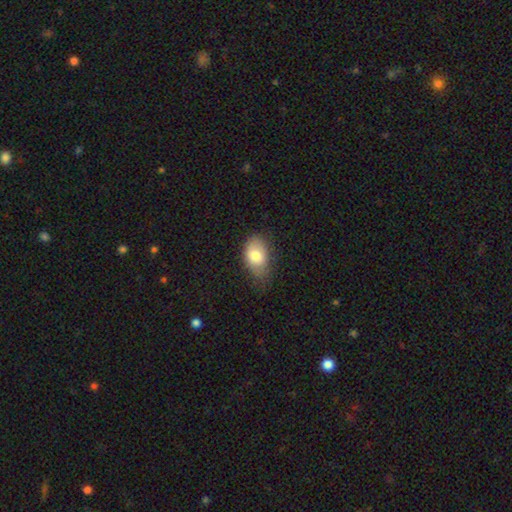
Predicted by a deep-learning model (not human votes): smooth-or-featured: smooth: 80% | featured or disk: 13% | star or artifact: 7%
  how-rounded: in between: 88% | round: 10% | cigar-shaped: 2%
  merging: none: 50% | minor disturbance: 38% | major disturbance: 11% | merger: 2%